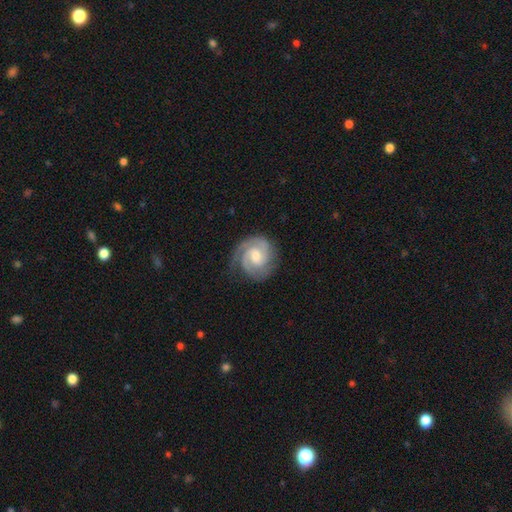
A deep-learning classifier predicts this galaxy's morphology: Q: Smooth or featured?
A: featured or disk (88%); runner-up: smooth (7%)
Q: Edge-on disk?
A: no (98%); runner-up: yes (2%)
Q: Bar?
A: no (48%); runner-up: weak (44%)
Q: Spiral arms?
A: yes (98%); runner-up: no (2%)
Q: Spiral winding?
A: tight (64%); runner-up: medium (31%)
Q: Spiral arm count?
A: 2 (63%); runner-up: 3 (20%)
Q: Bulge size?
A: moderate (55%); runner-up: small (39%)
Q: Merging?
A: none (78%); runner-up: minor disturbance (15%)